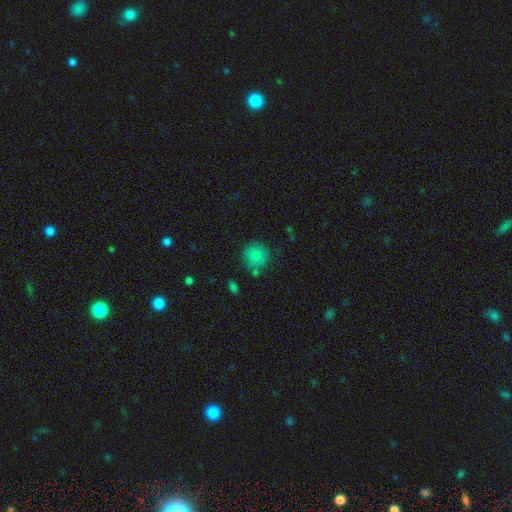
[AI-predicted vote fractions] A smooth galaxy with no disk features (79%) that is round (93%). Merging: none (79%).